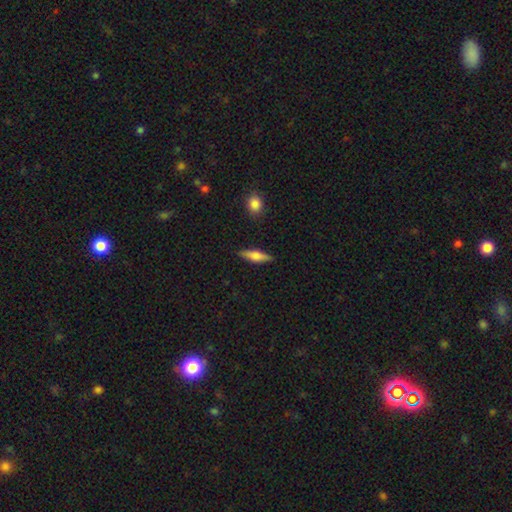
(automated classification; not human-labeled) This is possibly a smooth galaxy (56%). How rounded: likely cigar-shaped (64%). Merging: clearly none (88%).